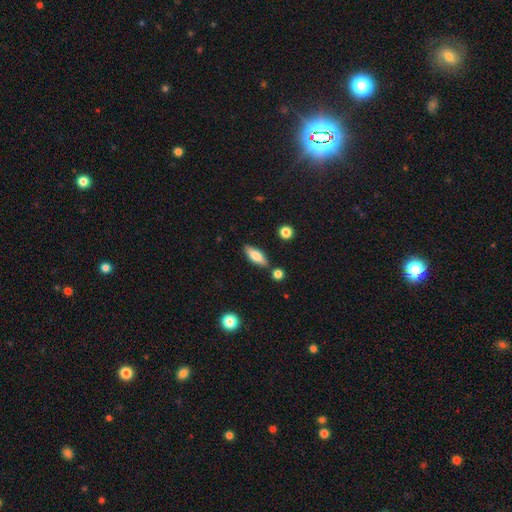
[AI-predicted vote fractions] This is likely a smooth galaxy (70%). How rounded: likely in between (63%). Merging: clearly none (82%).